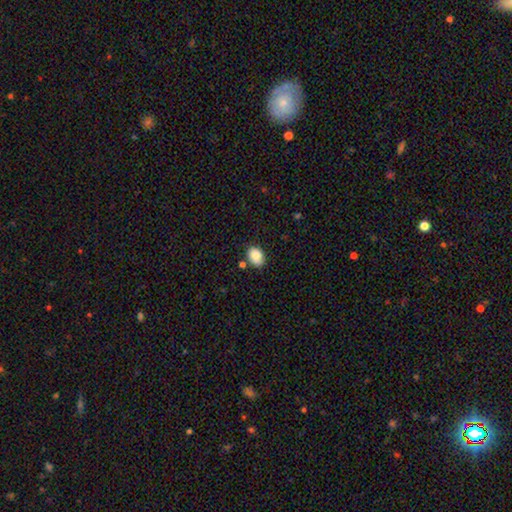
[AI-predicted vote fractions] Smooth or featured? Predicted: smooth (p=0.87). How rounded? Predicted: in between (p=0.72). Merging? Predicted: none (p=0.77).